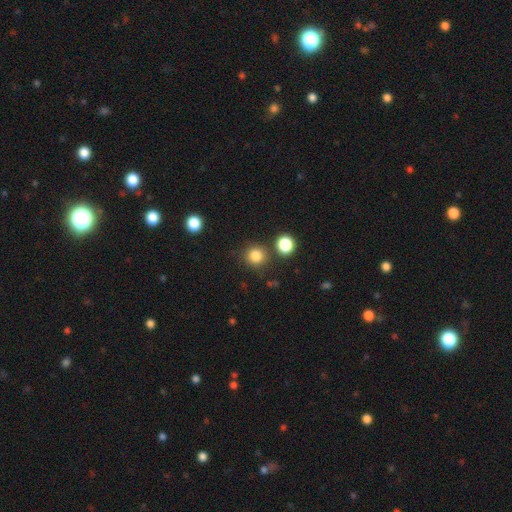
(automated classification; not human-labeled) Morphology: type=smooth (82%); roundness=round (92%); merging=none (82%).